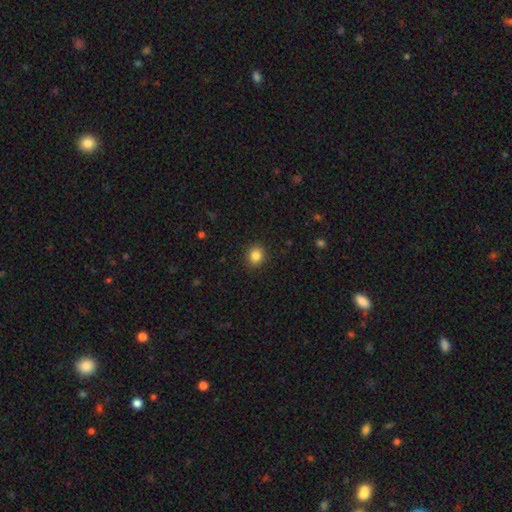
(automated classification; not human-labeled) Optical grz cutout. It shows a smooth galaxy with no disk features (85%) that is round (81%). Merging: none (91%).